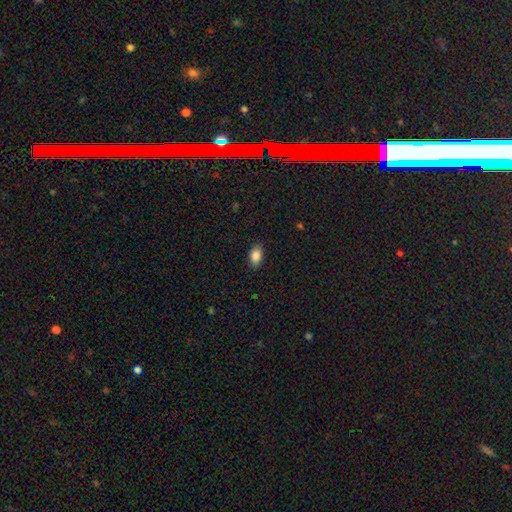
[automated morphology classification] The model was most divided on "merging": none: 88%, minor disturbance: 9%, major disturbance: 2%, merger: 1%. More confident: how rounded — in between (89%); smooth or featured — smooth (87%).